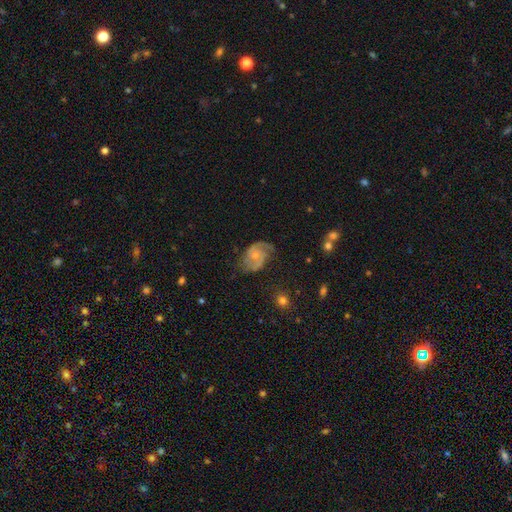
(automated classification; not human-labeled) This is clearly a featured or disk galaxy (84%). It is clearly not viewed edge-on (98%). Bar: likely no (67%). Spiral arm pattern: clearly yes (95%). Spiral arm count: clearly 2 (81%). Spiral winding: possibly medium (50%). Central bulge: possibly small (60%). Merging: likely none (62%).